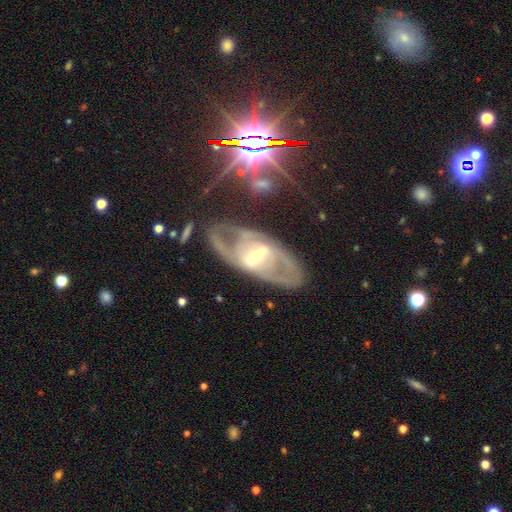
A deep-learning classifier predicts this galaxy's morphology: A featured or disk galaxy (83%) with a strong bar (51%), 2 (60%) tight (44%) spiral arms (80%) and a moderate central bulge (49%). Merging: none (69%).